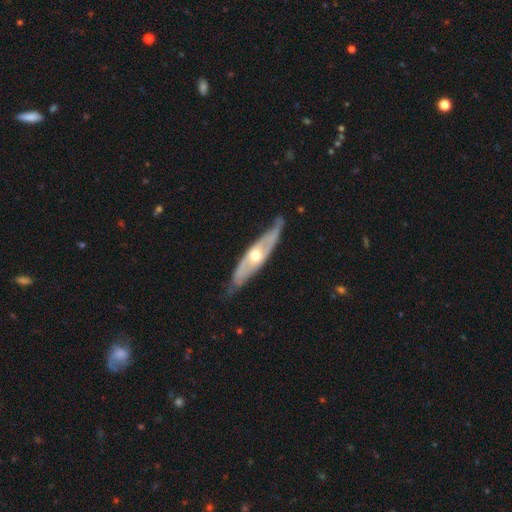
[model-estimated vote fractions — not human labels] smooth-or-featured: featured or disk: 70% | smooth: 25% | star or artifact: 4%
  disk-edge-on: yes: 53% | no: 47%
  merging: none: 69% | minor disturbance: 23% | major disturbance: 7% | merger: 2%